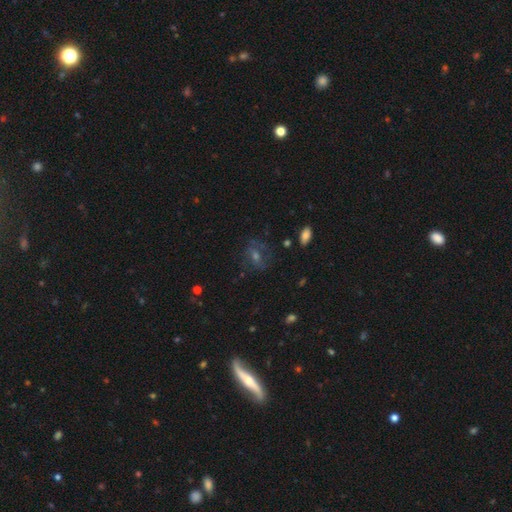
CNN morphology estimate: type=featured or disk (41%); merging=none (69%).